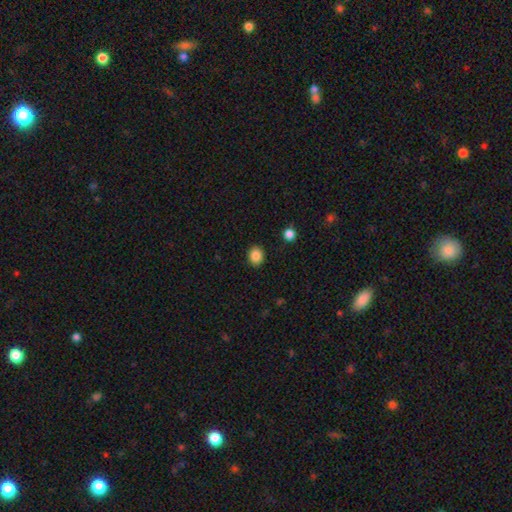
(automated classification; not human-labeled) This appears to be a smooth galaxy with no disk features (87%) that is round (56%). Merging: none (89%).